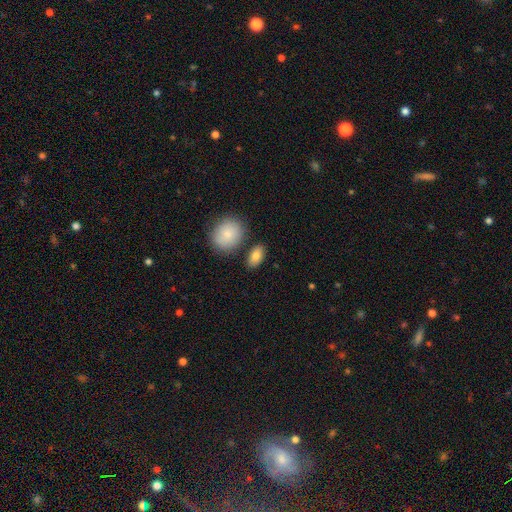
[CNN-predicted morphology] The model was most divided on "merging": none: 78%, minor disturbance: 11%, merger: 8%, major disturbance: 3%. More confident: how rounded — in between (89%); smooth or featured — smooth (84%).